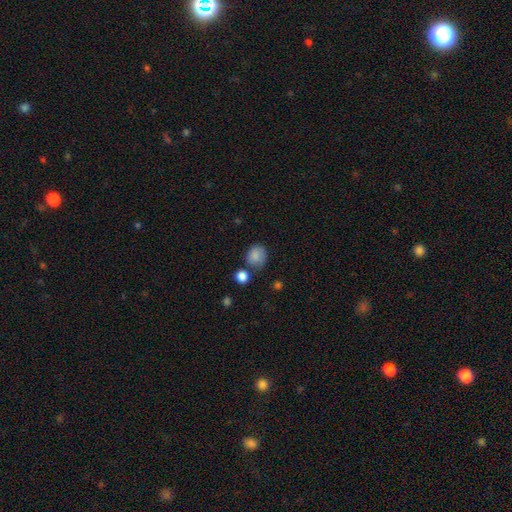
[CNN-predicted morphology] A smooth galaxy with no disk features (84%) that is round (73%). Merging: none (63%).